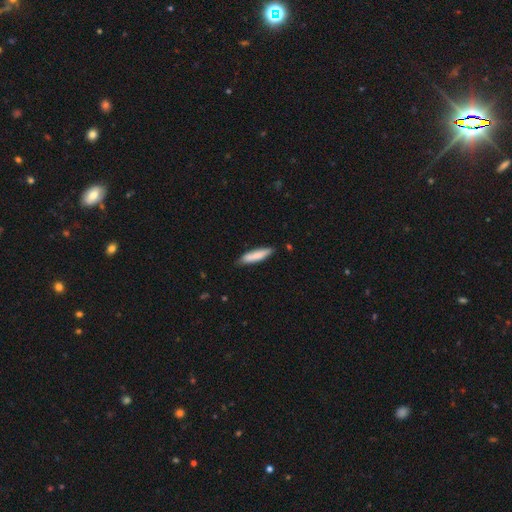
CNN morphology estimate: This appears to be a smooth galaxy with no disk features (80%) that is cigar-shaped (77%). Merging: none (81%).